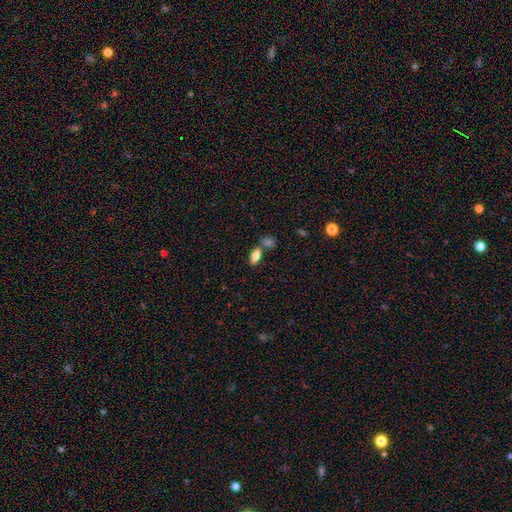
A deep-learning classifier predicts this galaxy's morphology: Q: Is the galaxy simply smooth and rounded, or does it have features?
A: smooth — 78%.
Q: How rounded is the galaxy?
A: in between — 85%.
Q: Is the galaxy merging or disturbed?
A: none — 66%.